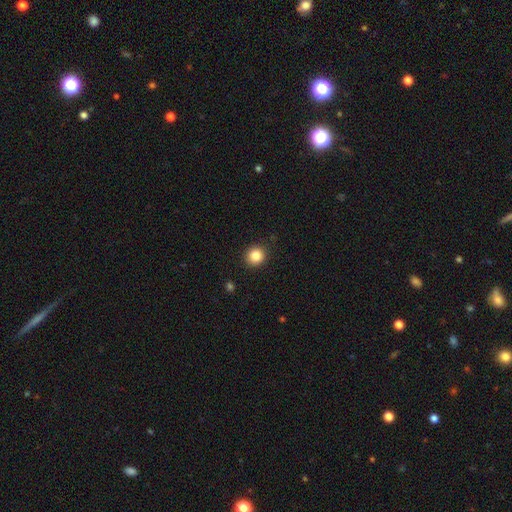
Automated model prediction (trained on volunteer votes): smooth 85%, star or artifact 10%, featured or disk 5%. Down the decision tree: how rounded — round (89%); merging — none (91%).